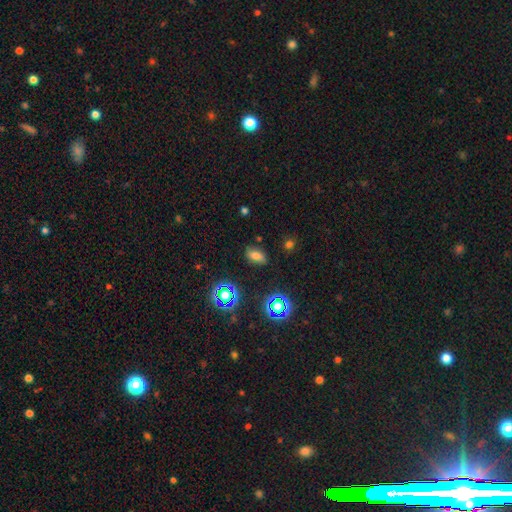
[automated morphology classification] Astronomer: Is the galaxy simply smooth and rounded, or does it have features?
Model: smooth — 69%.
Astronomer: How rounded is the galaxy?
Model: in between — 86%.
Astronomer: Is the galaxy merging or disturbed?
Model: none — 83%.